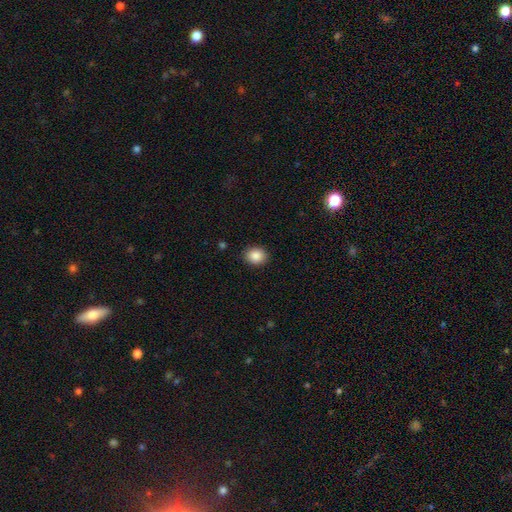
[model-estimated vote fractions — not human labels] Smooth or featured: smooth — 87% (star or artifact — 8%)
How rounded: round — 53% (in between — 46%)
Merging: none — 90% (minor disturbance — 7%)